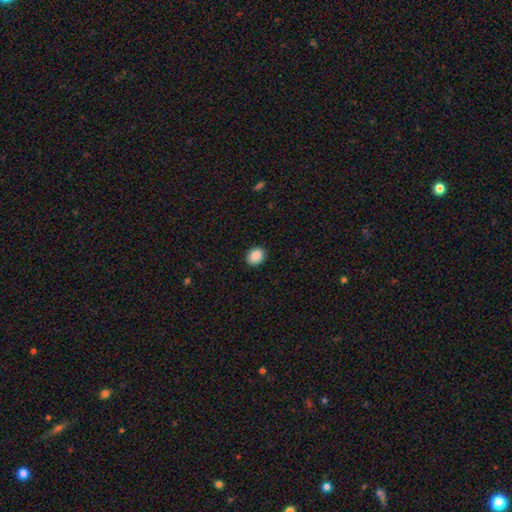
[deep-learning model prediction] Smooth or featured?
  - smooth: 89% *
  - star or artifact: 8%
  - featured or disk: 3%
How rounded?
  - in between: 50% *
  - round: 49%
  - cigar-shaped: 1%
Merging?
  - none: 90% *
  - minor disturbance: 7%
  - major disturbance: 2%
  - merger: 1%